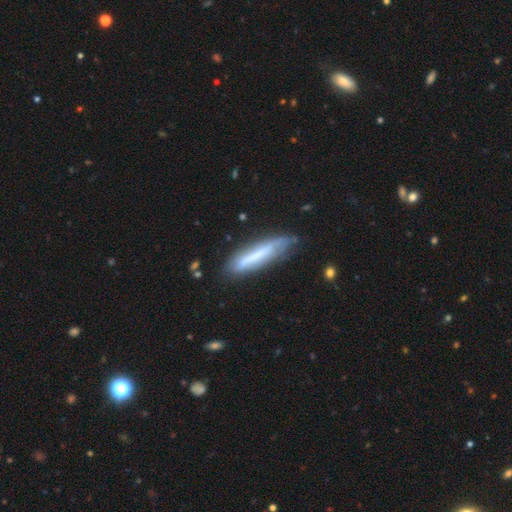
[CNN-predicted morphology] Smooth or featured? Predicted: smooth (p=0.46, tied with featured or disk). Merging? Predicted: none (p=0.66).